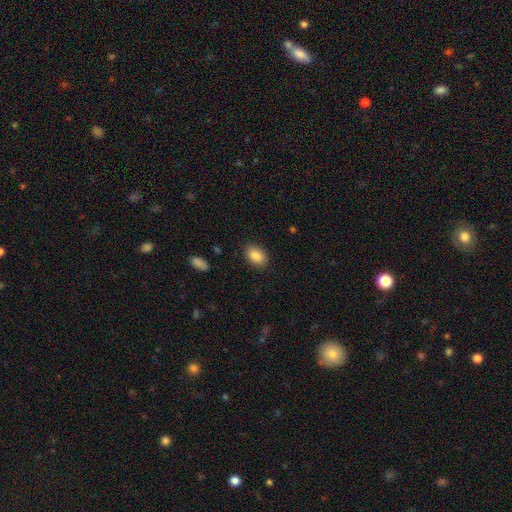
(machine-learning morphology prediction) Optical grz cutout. It shows a smooth galaxy with no disk features (88%) that is in between round and cigar-shaped (89%). Merging: none (87%).